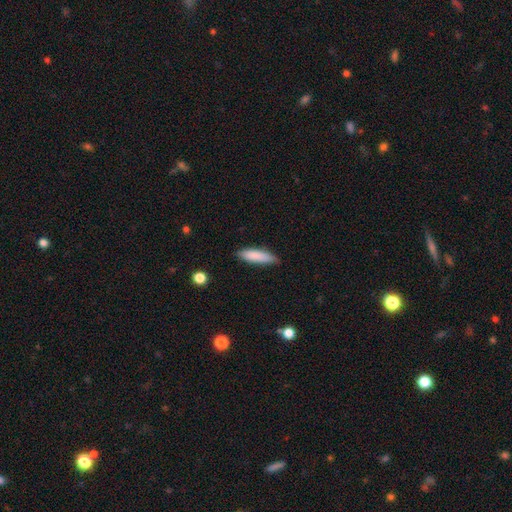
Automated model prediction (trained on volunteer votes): Smooth or featured?
  - smooth: 84% *
  - featured or disk: 10%
  - star or artifact: 6%
How rounded?
  - cigar-shaped: 67% *
  - in between: 31%
  - round: 1%
Merging?
  - none: 81% *
  - minor disturbance: 15%
  - major disturbance: 2%
  - merger: 1%